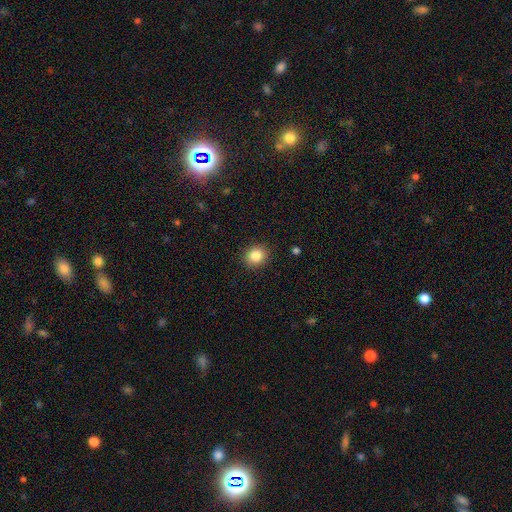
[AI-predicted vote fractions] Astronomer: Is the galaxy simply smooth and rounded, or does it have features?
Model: smooth — 85%.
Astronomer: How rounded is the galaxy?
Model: round — 77%.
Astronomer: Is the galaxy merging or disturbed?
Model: none — 90%.